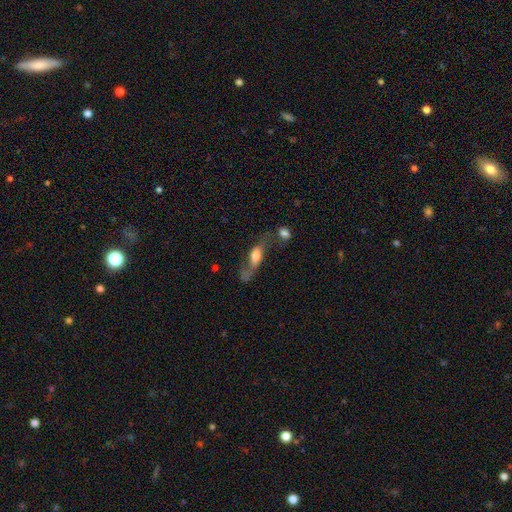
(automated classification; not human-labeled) Smooth or featured: featured or disk — 51% (smooth — 41%)
Edge-on disk: no — 67% (yes — 33%)
Merging: none — 32% (major disturbance — 31%)